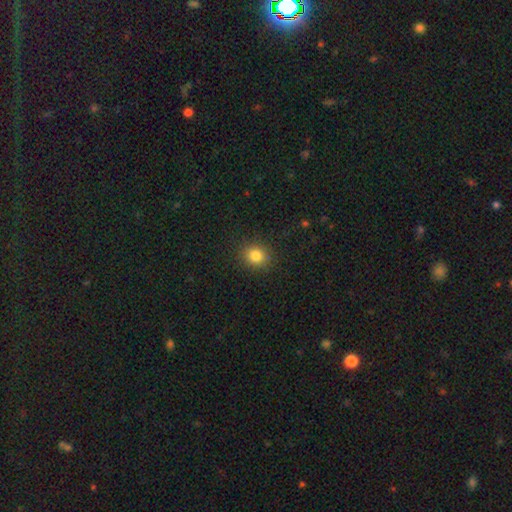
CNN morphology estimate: Smooth or featured?
  - smooth: 83% *
  - star or artifact: 12%
  - featured or disk: 5%
How rounded?
  - round: 79% *
  - in between: 20%
  - cigar-shaped: 1%
Merging?
  - none: 90% *
  - minor disturbance: 7%
  - major disturbance: 2%
  - merger: 1%